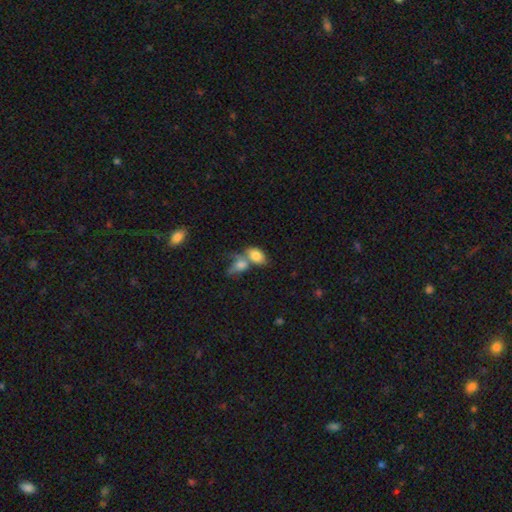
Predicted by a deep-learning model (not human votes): A smooth galaxy with no disk features (80%) that is in between round and cigar-shaped (88%). Merging: merger (57%).